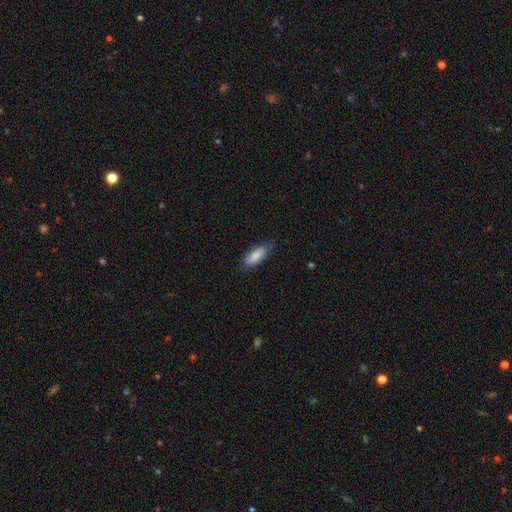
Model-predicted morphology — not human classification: This is clearly a smooth galaxy (83%). How rounded: likely in between (76%). Merging: likely none (77%).